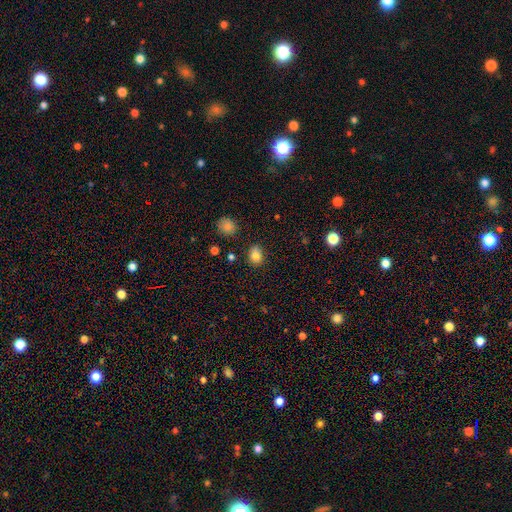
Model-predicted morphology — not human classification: Q: Smooth or featured?
A: smooth (81%); runner-up: star or artifact (12%)
Q: How rounded?
A: round (52%); runner-up: in between (46%)
Q: Merging?
A: none (77%); runner-up: minor disturbance (17%)